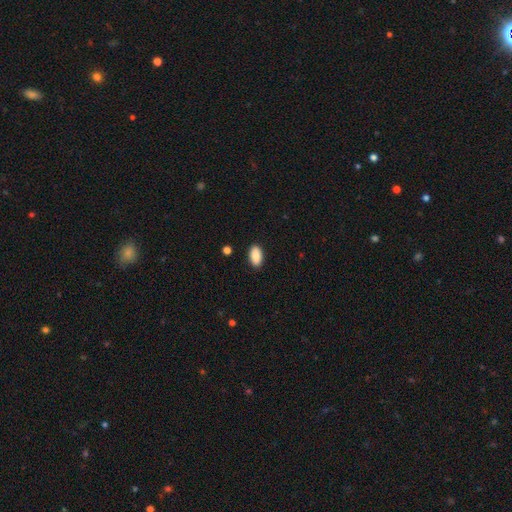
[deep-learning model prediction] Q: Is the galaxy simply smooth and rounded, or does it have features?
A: smooth — 88%.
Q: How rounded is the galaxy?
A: in between — 93%.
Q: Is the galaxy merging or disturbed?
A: none — 89%.